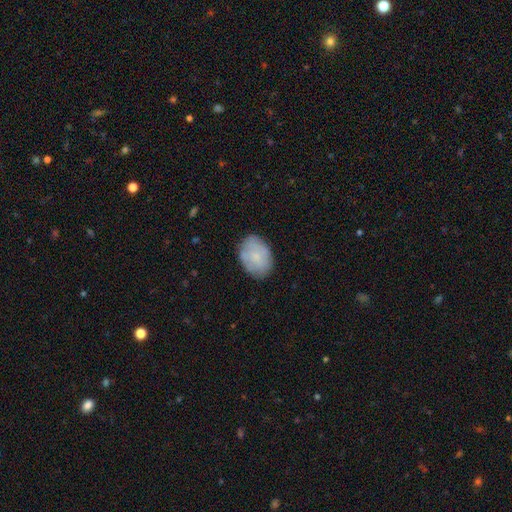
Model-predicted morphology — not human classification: type=smooth (71%); roundness=in between (78%); merging=none (79%).